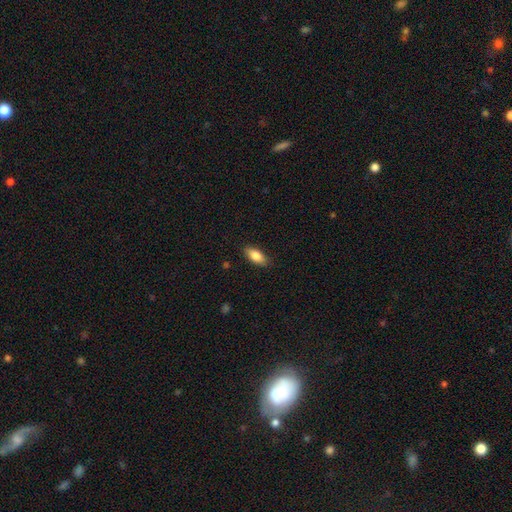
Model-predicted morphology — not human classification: smooth-or-featured: smooth: 84% | featured or disk: 10% | star or artifact: 7%
  how-rounded: in between: 84% | cigar-shaped: 13% | round: 3%
  merging: none: 86% | minor disturbance: 11% | major disturbance: 2% | merger: 1%